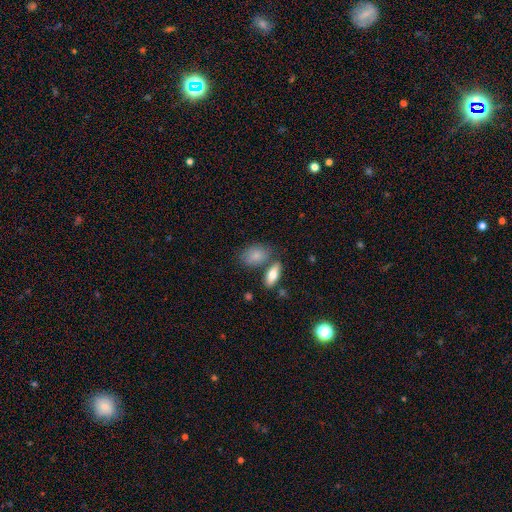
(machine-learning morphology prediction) The model was most divided on "merging": none: 60%, merger: 18%, minor disturbance: 17%, major disturbance: 5%. More confident: how rounded — in between (84%); smooth or featured — smooth (81%).